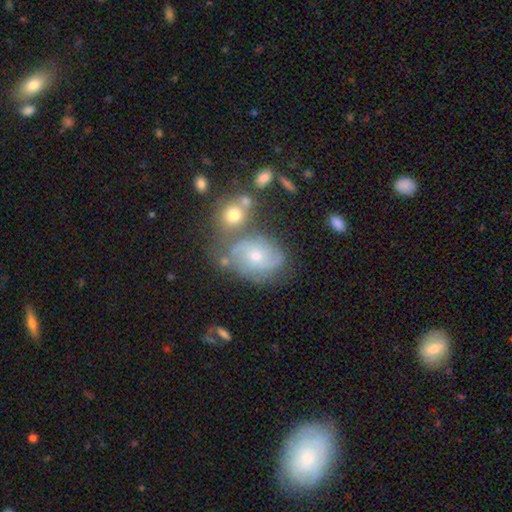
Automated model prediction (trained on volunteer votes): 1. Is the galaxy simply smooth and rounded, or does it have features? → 69% featured or disk, 21% smooth, 10% star or artifact.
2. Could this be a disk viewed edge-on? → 97% no, 3% yes.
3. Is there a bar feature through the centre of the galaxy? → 73% no, 24% weak, 4% strong.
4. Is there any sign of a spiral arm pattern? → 89% yes, 11% no.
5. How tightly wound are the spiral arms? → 43% tight (tied), 43% medium (tied), 14% loose.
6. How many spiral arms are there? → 42% 2, 26% can't tell, 20% 3, 4% 1, 4% 4, 3% more than 4.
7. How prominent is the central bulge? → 49% moderate, 46% small, 2% large, 2% none, 1% dominant.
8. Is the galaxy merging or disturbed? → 54% none, 21% minor disturbance, 15% merger, 10% major disturbance.